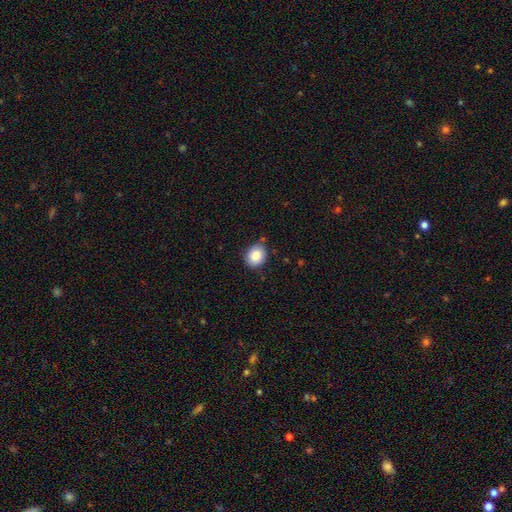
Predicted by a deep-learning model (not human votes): smooth-or-featured: smooth: 86% | star or artifact: 9% | featured or disk: 6%
  how-rounded: round: 68% | in between: 32% | cigar-shaped: 1%
  merging: none: 80% | minor disturbance: 16% | major disturbance: 3% | merger: 2%